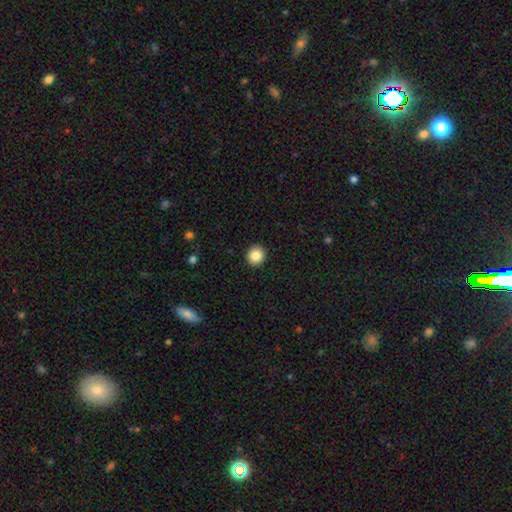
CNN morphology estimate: This appears to be a smooth galaxy with no disk features (86%) that is round (92%). Merging: none (93%).